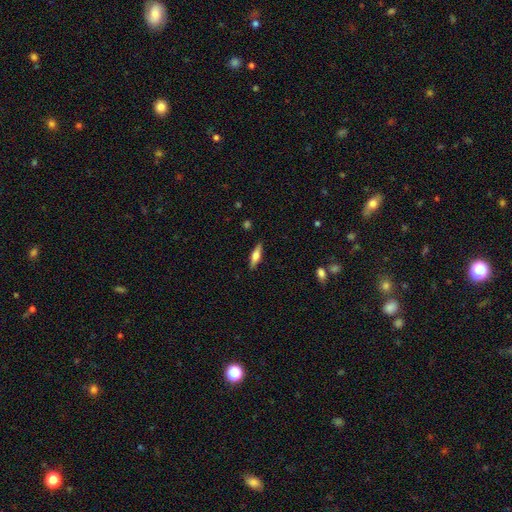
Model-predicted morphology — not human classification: Smooth or featured?
  - smooth: 51% *
  - featured or disk: 43%
  - star or artifact: 7%
How rounded?
  - cigar-shaped: 60% *
  - in between: 37%
  - round: 3%
Merging?
  - none: 88% *
  - minor disturbance: 9%
  - major disturbance: 2%
  - merger: 1%